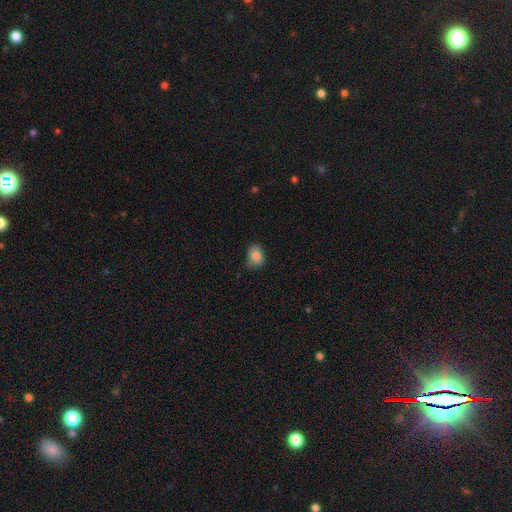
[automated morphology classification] Q: Smooth or featured?
A: smooth (82%); runner-up: featured or disk (9%)
Q: How rounded?
A: in between (64%); runner-up: round (35%)
Q: Merging?
A: none (71%); runner-up: minor disturbance (24%)